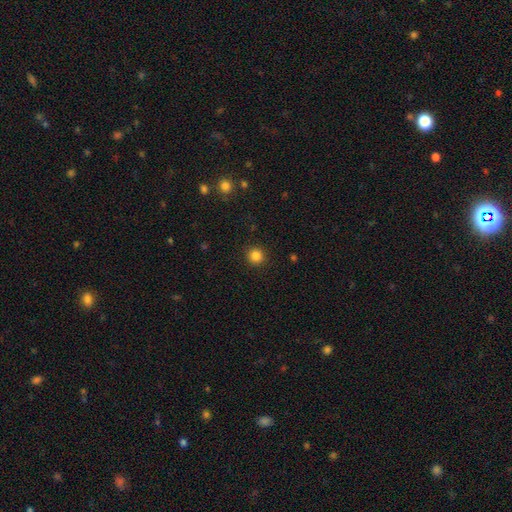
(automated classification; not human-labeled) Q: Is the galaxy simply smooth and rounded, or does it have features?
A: smooth — 84%.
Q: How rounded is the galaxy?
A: round — 94%.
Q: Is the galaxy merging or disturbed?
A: none — 92%.